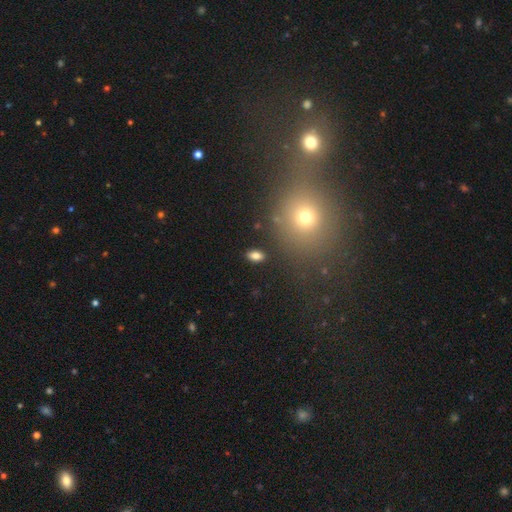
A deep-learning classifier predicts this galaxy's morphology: Smooth or featured?
  - smooth: 81% *
  - star or artifact: 11%
  - featured or disk: 8%
How rounded?
  - in between: 89% *
  - round: 8%
  - cigar-shaped: 4%
Merging?
  - none: 86% *
  - minor disturbance: 8%
  - major disturbance: 3%
  - merger: 3%